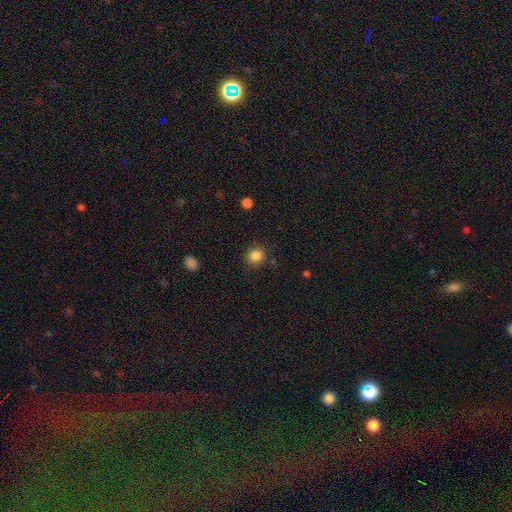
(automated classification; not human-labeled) This appears to be a smooth galaxy with no disk features (85%) that is round (86%). Merging: none (85%).